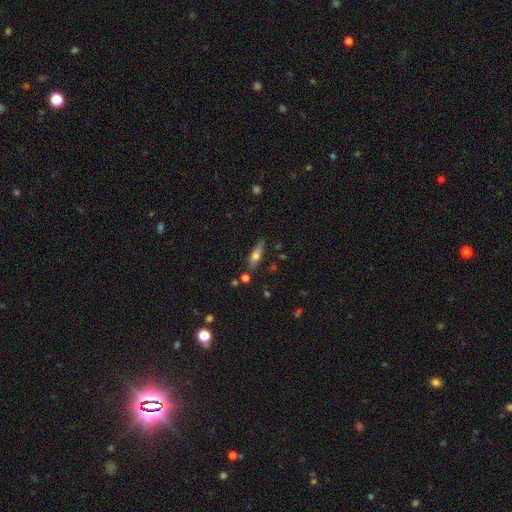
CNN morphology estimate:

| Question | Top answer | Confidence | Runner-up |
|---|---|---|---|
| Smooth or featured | smooth | 59% | featured or disk (33%) |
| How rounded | cigar-shaped | 53% | in between (44%) |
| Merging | none | 75% | minor disturbance (16%) |